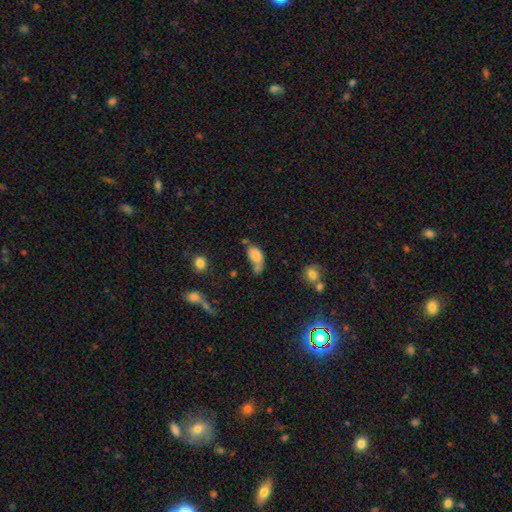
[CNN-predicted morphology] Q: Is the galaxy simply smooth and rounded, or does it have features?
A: smooth — 77%.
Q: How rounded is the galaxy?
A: in between — 87%.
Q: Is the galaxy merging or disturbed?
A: merger — 33%.